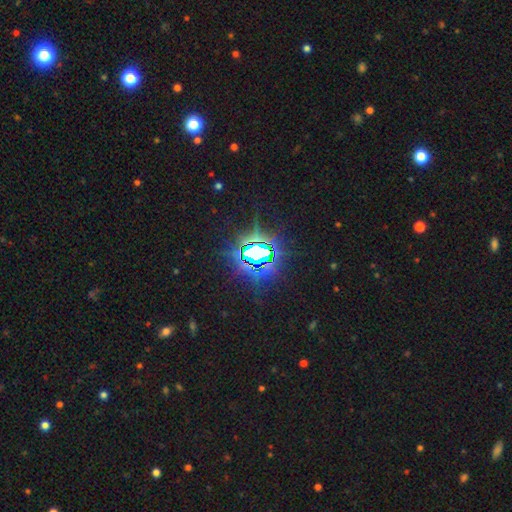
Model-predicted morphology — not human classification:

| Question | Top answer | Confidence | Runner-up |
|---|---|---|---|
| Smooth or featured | star or artifact | 83% | featured or disk (9%) |